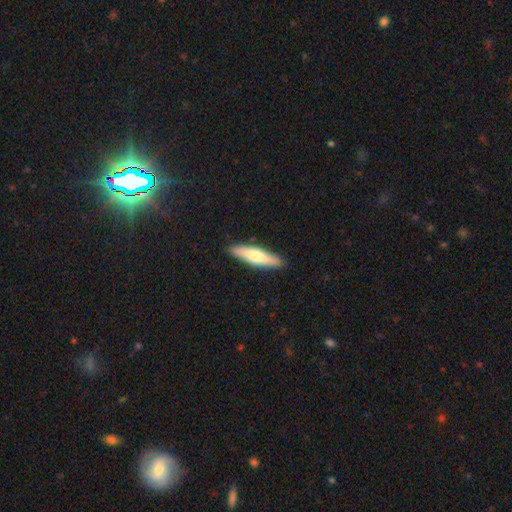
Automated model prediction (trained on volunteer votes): This appears to be a smooth galaxy with no disk features (68%) that is cigar-shaped (76%). Merging: none (88%).